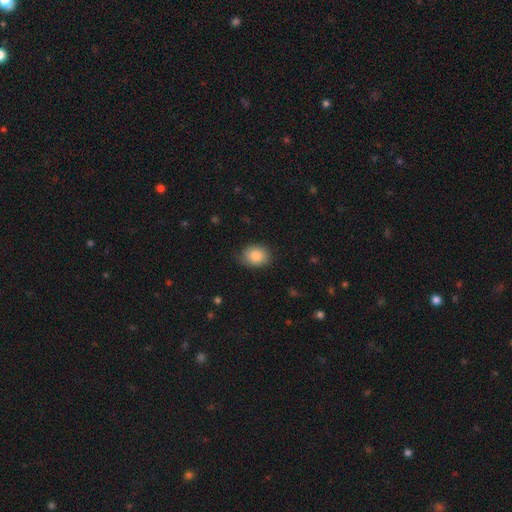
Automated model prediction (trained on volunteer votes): smooth_or_featured: smooth (p=0.85) [alt: featured or disk p=0.08]
how_rounded: in between (p=0.57) [alt: round p=0.42]
merging: none (p=0.75) [alt: minor disturbance p=0.20]